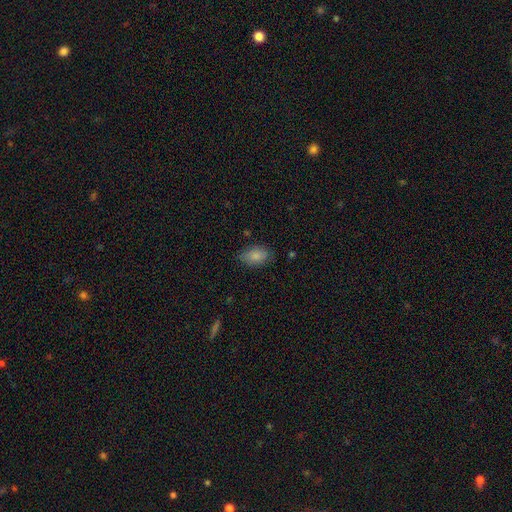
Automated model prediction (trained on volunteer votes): The model was most divided on "merging": none: 76%, minor disturbance: 19%, major disturbance: 4%, merger: 1%. More confident: how rounded — in between (89%); smooth or featured — smooth (85%).